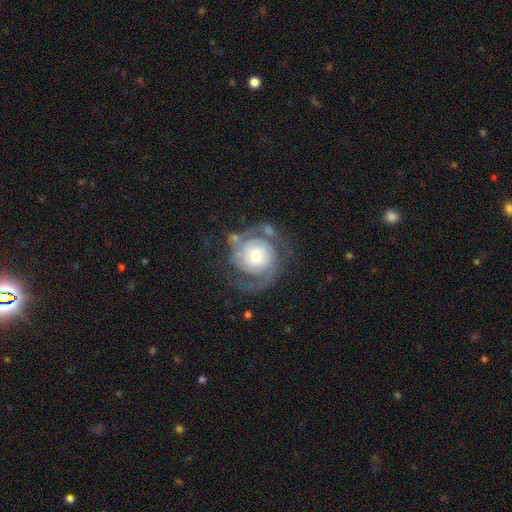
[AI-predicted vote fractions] Overall: featured or disk (84%). Edge-on disk: no (98%). Bar: no (72%). Spiral arms: yes (96%). Spiral arm count: 2 (79%). Spiral winding: tight (50%; medium 38%). Bulge size: moderate (34%; small 33%). Merging: none (63%).